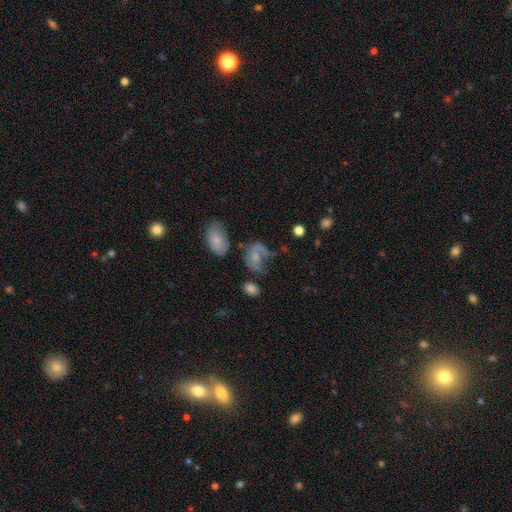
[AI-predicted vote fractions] This is possibly a smooth galaxy (48%). Merging: marginally major disturbance (33%).